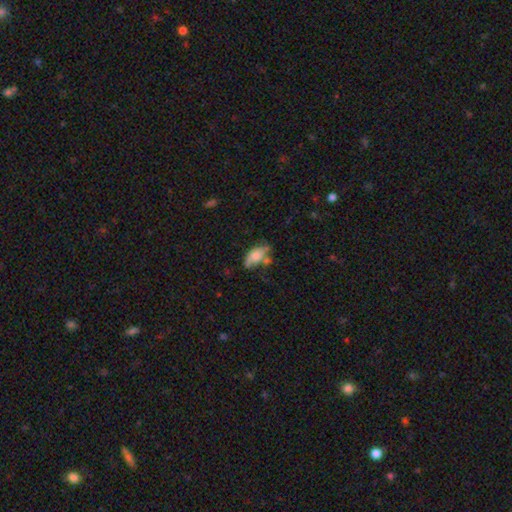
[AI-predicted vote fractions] Q: Smooth or featured?
A: smooth (67%); runner-up: featured or disk (25%)
Q: How rounded?
A: in between (86%); runner-up: cigar-shaped (8%)
Q: Merging?
A: none (45%); runner-up: minor disturbance (27%)